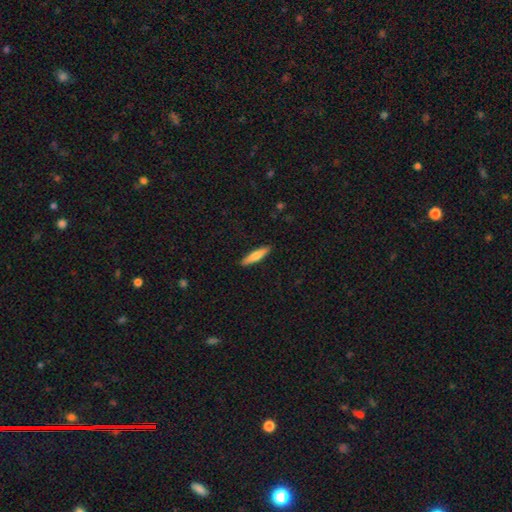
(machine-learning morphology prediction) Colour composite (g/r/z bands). It shows a smooth galaxy with no disk features (72%) that is cigar-shaped (83%). Merging: none (90%).